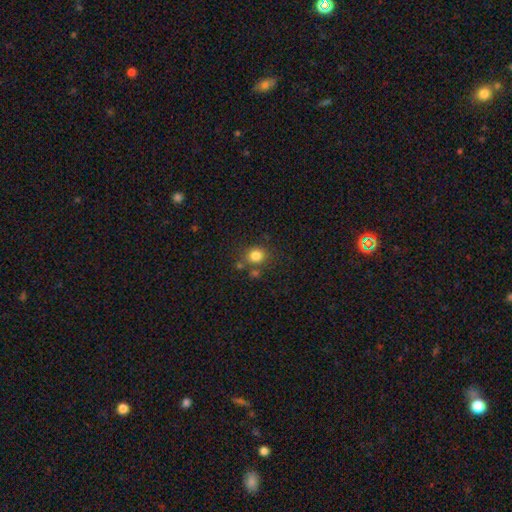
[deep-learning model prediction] Smooth or featured: smooth — 82% (star or artifact — 12%)
How rounded: round — 76% (in between — 24%)
Merging: none — 72% (minor disturbance — 12%)